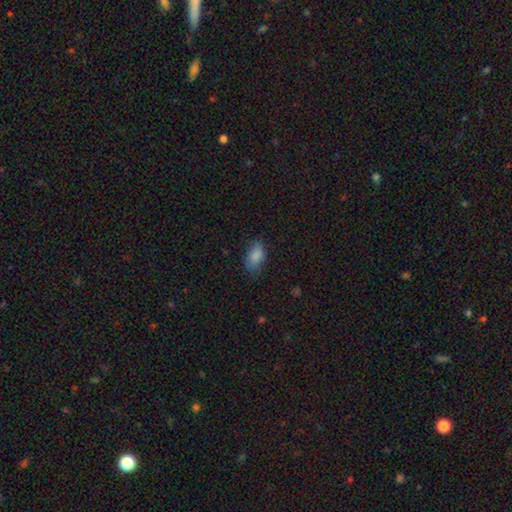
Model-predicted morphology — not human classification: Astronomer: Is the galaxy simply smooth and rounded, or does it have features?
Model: smooth — 85%.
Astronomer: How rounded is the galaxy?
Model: in between — 90%.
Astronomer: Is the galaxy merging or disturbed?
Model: none — 66%.